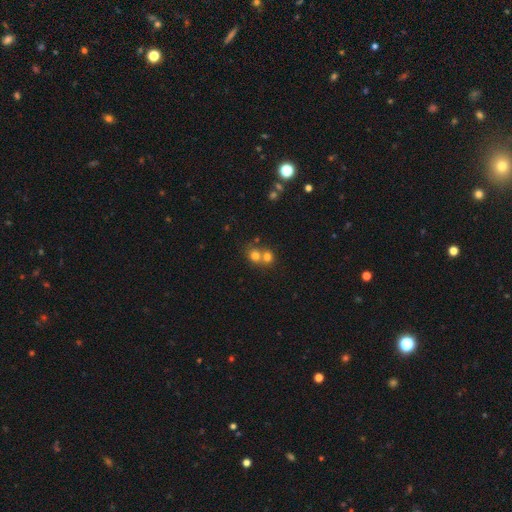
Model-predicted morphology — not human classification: type=smooth (74%); roundness=round (77%); merging=merger (57%).